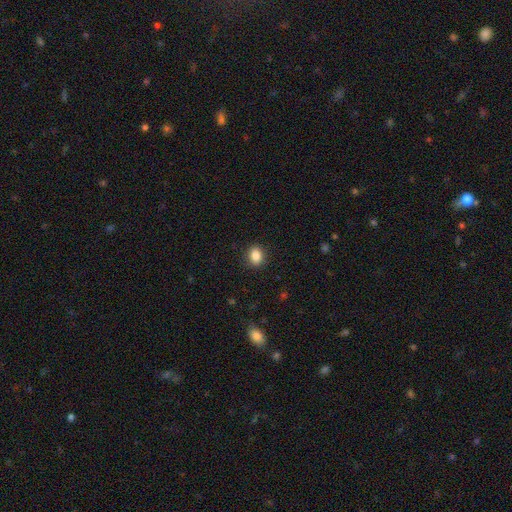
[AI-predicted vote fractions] Smooth or featured?
  - smooth: 86% *
  - star or artifact: 9%
  - featured or disk: 5%
How rounded?
  - in between: 54% *
  - round: 44%
  - cigar-shaped: 1%
Merging?
  - none: 89% *
  - minor disturbance: 8%
  - major disturbance: 2%
  - merger: 1%